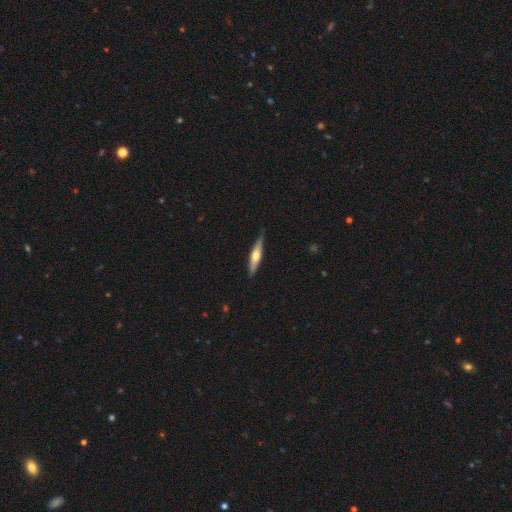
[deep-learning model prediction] Overall: featured or disk (54%; smooth 41%). Edge-on disk: yes (94%). Edge-on bulge: rounded (88%). Merging: none (85%).